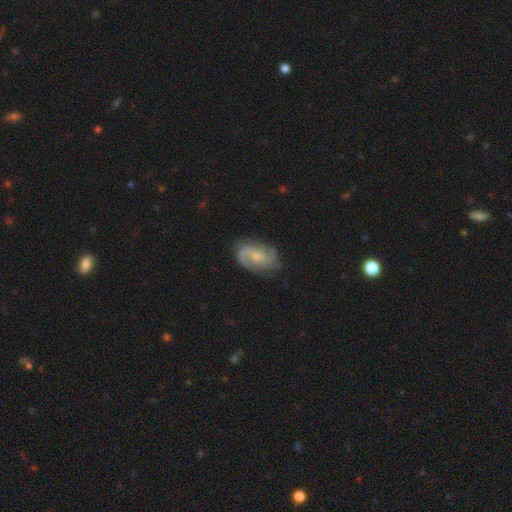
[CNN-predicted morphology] Smooth or featured: featured or disk — 82% (smooth — 13%)
Edge-on disk: no — 97% (yes — 3%)
Bar: no — 59% (weak — 35%)
Spiral arms: yes — 97% (no — 3%)
Spiral winding: medium — 49% (tight — 34%)
Spiral arm count: 2 — 74% (3 — 10%)
Bulge size: small — 57% (moderate — 32%)
Merging: none — 78% (minor disturbance — 16%)